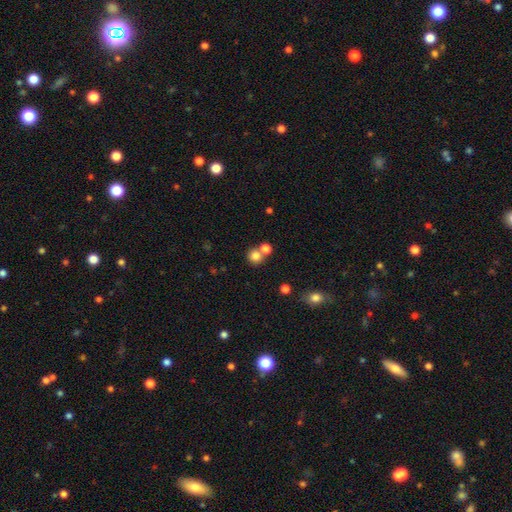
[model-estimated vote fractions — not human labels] The model was most divided on "merging": none: 58%, merger: 33%, minor disturbance: 7%, major disturbance: 3%. More confident: how rounded — round (90%); smooth or featured — smooth (81%).